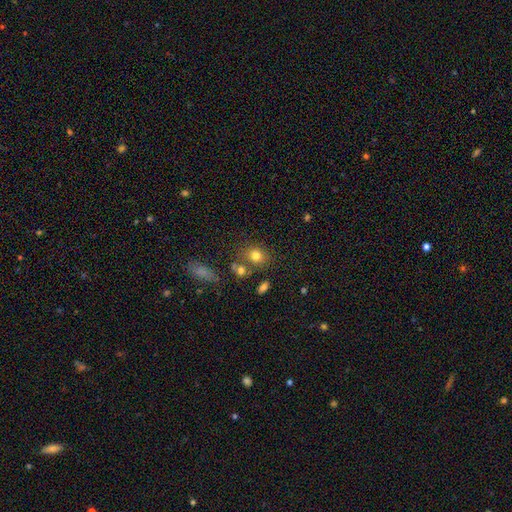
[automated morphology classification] Q: Smooth or featured?
A: smooth (77%); runner-up: star or artifact (13%)
Q: How rounded?
A: round (60%); runner-up: in between (39%)
Q: Merging?
A: none (67%); runner-up: merger (14%)